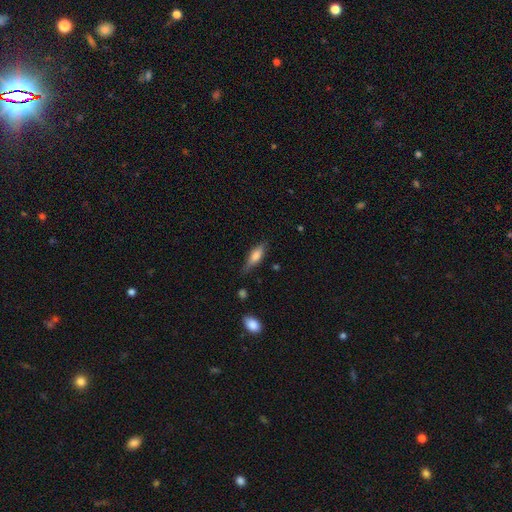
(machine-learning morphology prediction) Smooth or featured? Predicted: smooth (p=0.65). How rounded? Predicted: in between (p=0.50). Merging? Predicted: none (p=0.73).